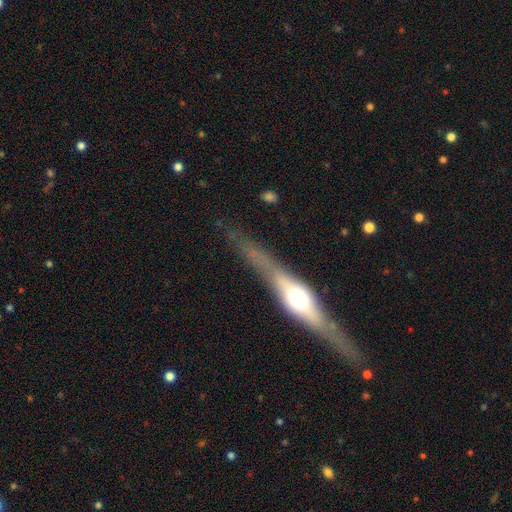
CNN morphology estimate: Q: Smooth or featured?
A: featured or disk (82%); runner-up: smooth (12%)
Q: Edge-on disk?
A: yes (96%); runner-up: no (4%)
Q: Edge-on bulge?
A: rounded (78%); runner-up: boxy (19%)
Q: Merging?
A: none (85%); runner-up: minor disturbance (10%)